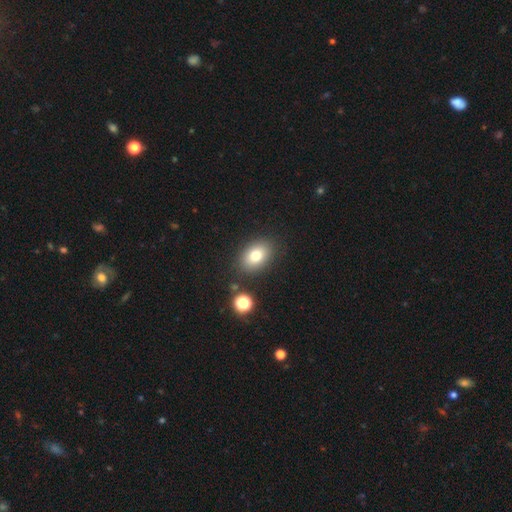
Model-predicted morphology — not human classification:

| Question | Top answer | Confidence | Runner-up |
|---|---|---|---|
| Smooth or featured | smooth | 78% | star or artifact (11%) |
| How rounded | in between | 77% | round (21%) |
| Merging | none | 85% | minor disturbance (9%) |